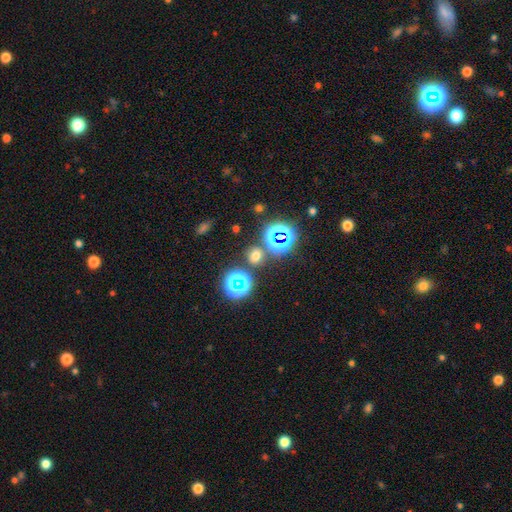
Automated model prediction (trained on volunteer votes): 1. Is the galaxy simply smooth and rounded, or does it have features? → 53% smooth, 40% star or artifact, 8% featured or disk.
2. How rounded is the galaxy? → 78% round, 21% in between, 1% cigar-shaped.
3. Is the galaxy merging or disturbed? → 78% none, 11% merger, 7% minor disturbance, 3% major disturbance.